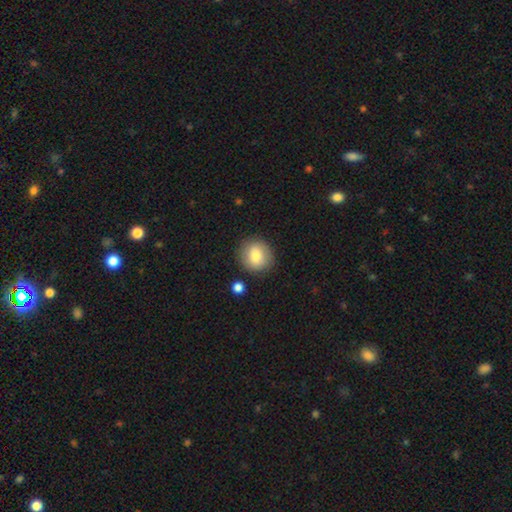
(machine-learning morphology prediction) A smooth galaxy with no disk features (81%) that is round (85%). Merging: none (85%).